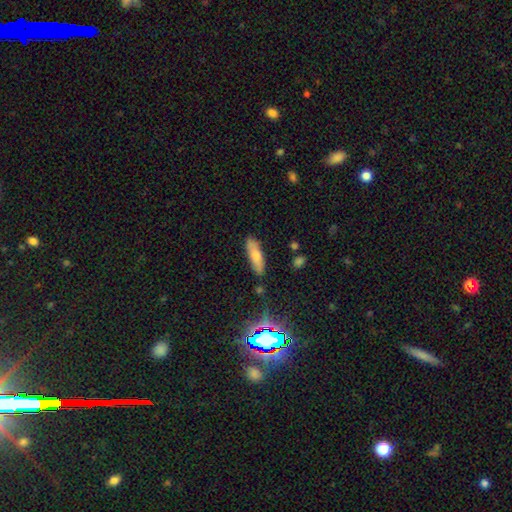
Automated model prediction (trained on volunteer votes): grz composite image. It shows a smooth galaxy with no disk features (72%) that is cigar-shaped (55%). Merging: none (80%).